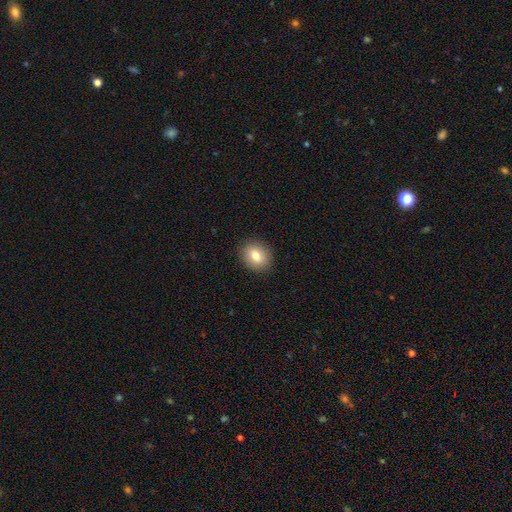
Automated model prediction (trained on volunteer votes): This is likely a smooth galaxy (79%). How rounded: possibly round (57%). Merging: clearly none (90%).